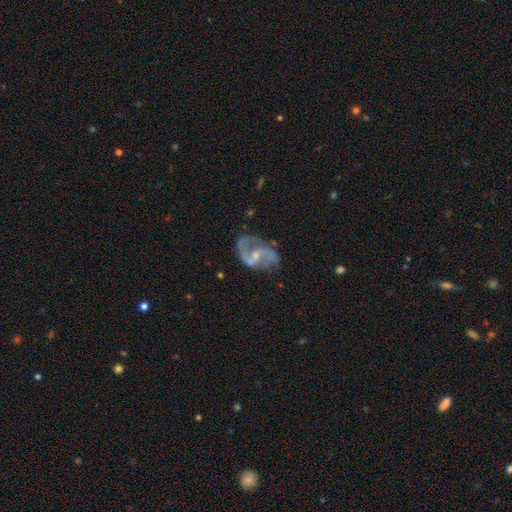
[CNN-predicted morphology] Smooth or featured? Predicted: featured or disk (p=0.88). Edge-on disk? Predicted: no (p=0.98). Bar? Predicted: weak (p=0.48). Spiral arms? Predicted: yes (p=0.95). Spiral winding? Predicted: loose (p=0.51). Spiral arm count? Predicted: 2 (p=0.91). Bulge size? Predicted: small (p=0.63). Merging? Predicted: none (p=0.62).